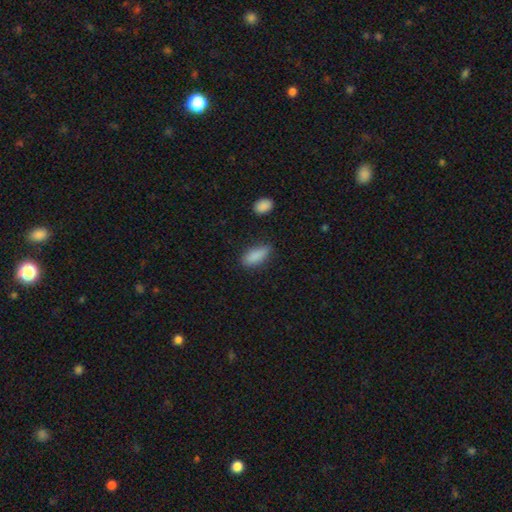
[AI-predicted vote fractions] Smooth or featured?
  - smooth: 86% *
  - star or artifact: 8%
  - featured or disk: 6%
How rounded?
  - in between: 73% *
  - cigar-shaped: 25%
  - round: 2%
Merging?
  - none: 72% *
  - minor disturbance: 21%
  - major disturbance: 5%
  - merger: 3%